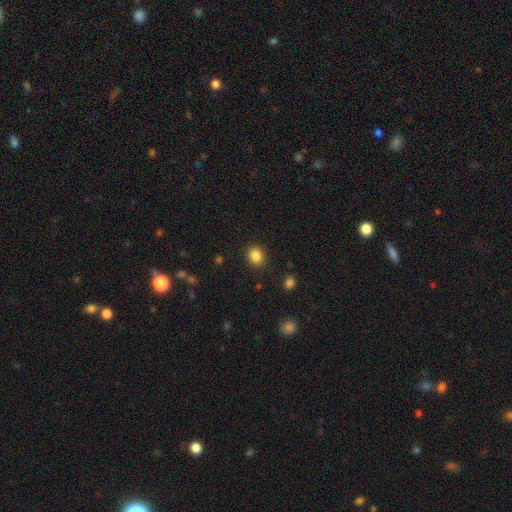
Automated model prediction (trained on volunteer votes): smooth 85%, star or artifact 10%, featured or disk 4%. Down the decision tree: how rounded — round (66%); merging — none (89%).